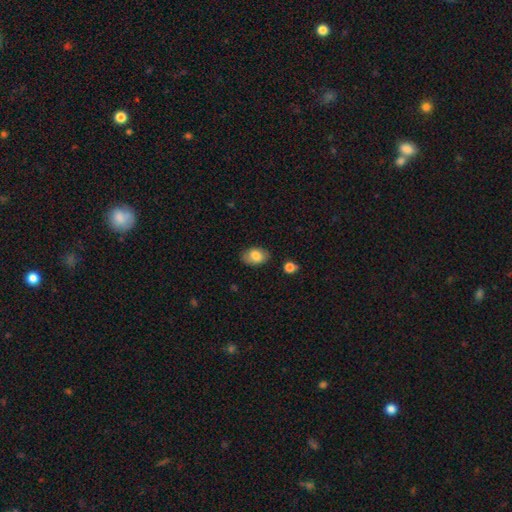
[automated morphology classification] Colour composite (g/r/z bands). It shows a smooth galaxy with no disk features (82%) that is in between round and cigar-shaped (86%). Merging: none (82%).